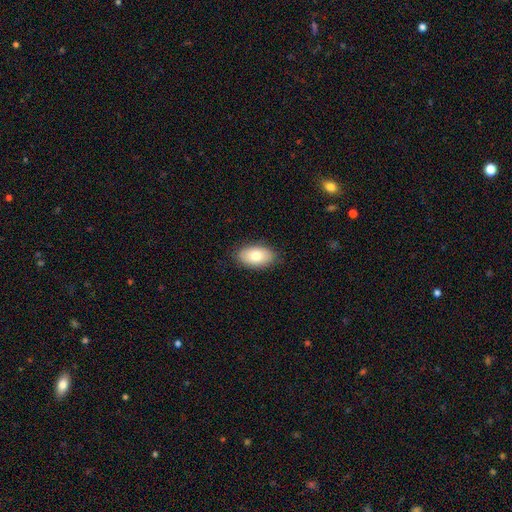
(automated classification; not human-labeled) This appears to be a smooth galaxy with no disk features (78%) that is in between round and cigar-shaped (93%). Merging: none (86%).